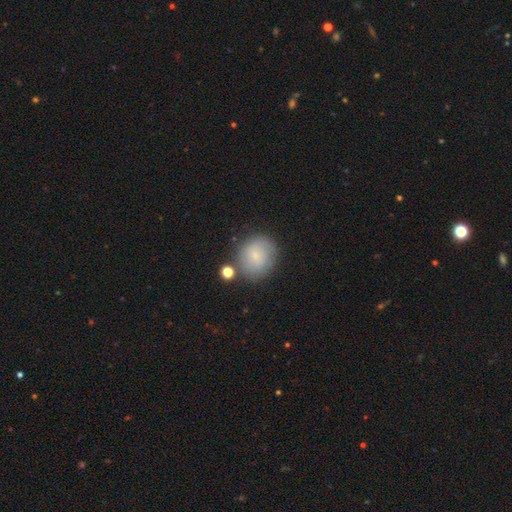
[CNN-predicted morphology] Smooth or featured? Predicted: smooth (p=0.74). How rounded? Predicted: round (p=0.78). Merging? Predicted: none (p=0.74).